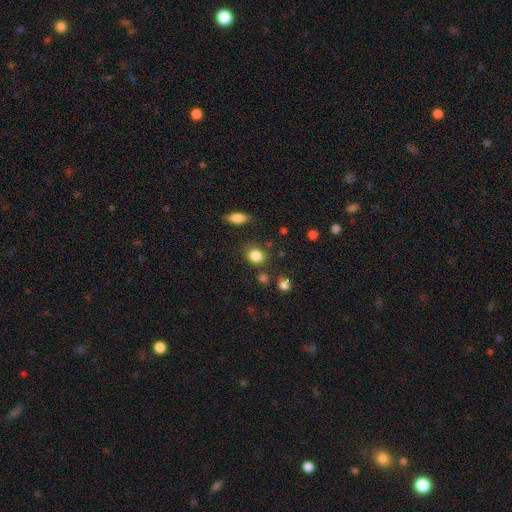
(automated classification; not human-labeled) Smooth or featured: smooth — 84% (star or artifact — 11%)
How rounded: round — 56% (in between — 42%)
Merging: none — 76% (minor disturbance — 15%)